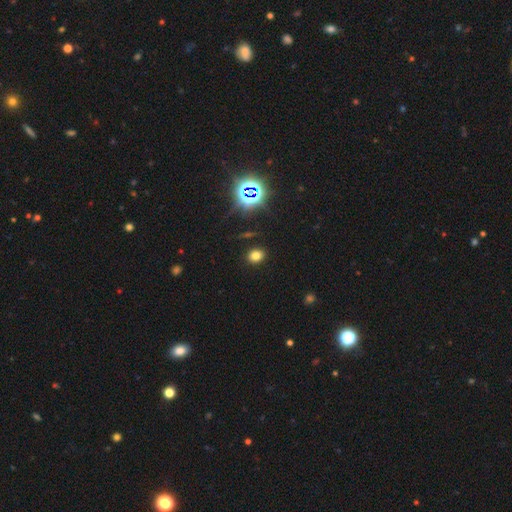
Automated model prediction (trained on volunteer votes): Smooth or featured? smooth (72%)
How rounded? round (50%)
Merging? none (89%)